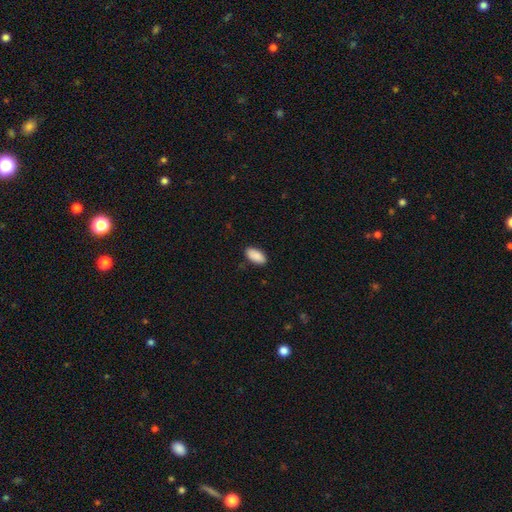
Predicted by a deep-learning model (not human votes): Overall: smooth (90%). How rounded: in between (93%). Merging: none (87%).